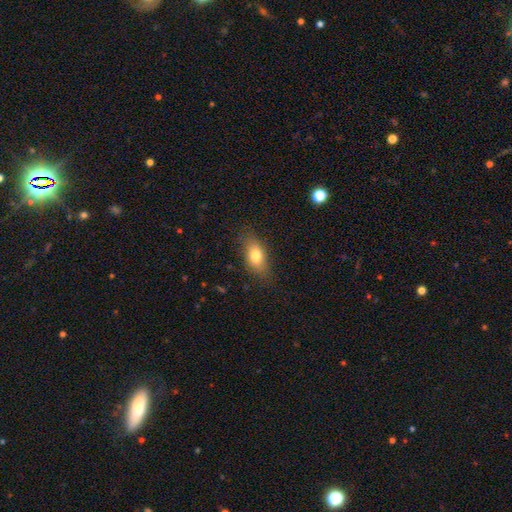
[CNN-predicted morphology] Smooth or featured? Predicted: smooth (p=0.77). How rounded? Predicted: in between (p=0.83). Merging? Predicted: none (p=0.79).